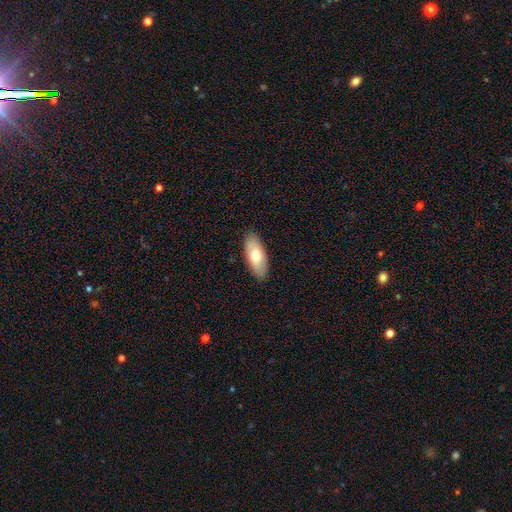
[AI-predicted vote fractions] A smooth galaxy with no disk features (71%) that is in between round and cigar-shaped (82%).

Vote fractions:
- Smooth or featured? smooth: 71% / featured or disk: 23% / star or artifact: 6%
- How rounded? in between: 82% / cigar-shaped: 16% / round: 2%
- Merging? none: 88% / minor disturbance: 9% / major disturbance: 2% / merger: 1%